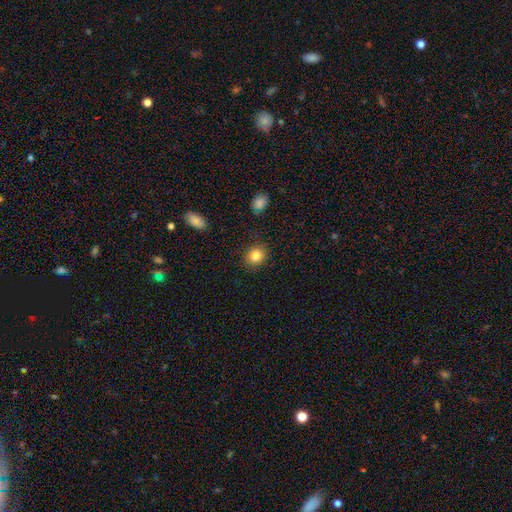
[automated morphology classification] This appears to be a smooth galaxy with no disk features (84%) that is round (70%). Merging: none (88%).